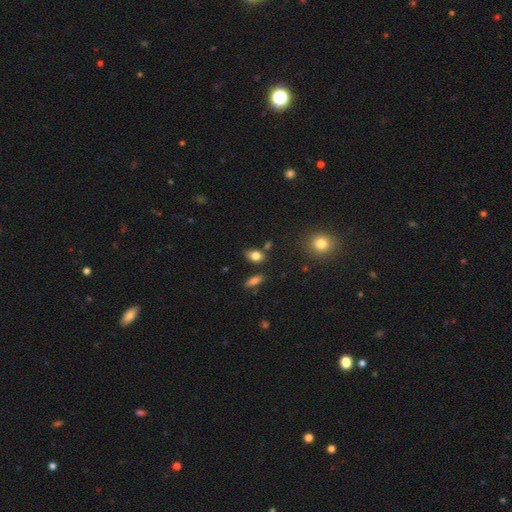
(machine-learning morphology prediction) smooth 81%, star or artifact 10%, featured or disk 9%. Down the decision tree: how rounded — in between (78%); merging — none (74%).